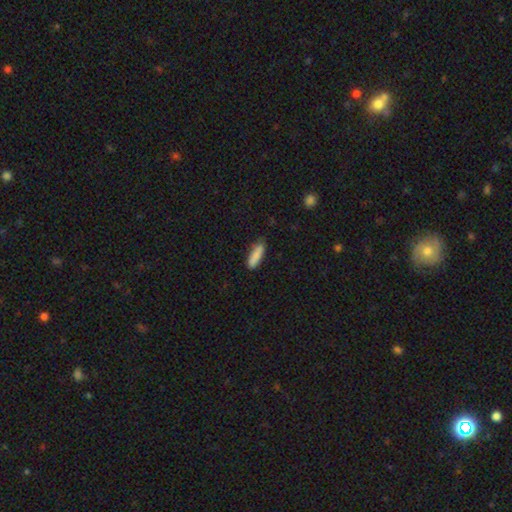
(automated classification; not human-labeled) This appears to be a smooth galaxy with no disk features (86%) that is cigar-shaped (65%). Merging: none (81%).